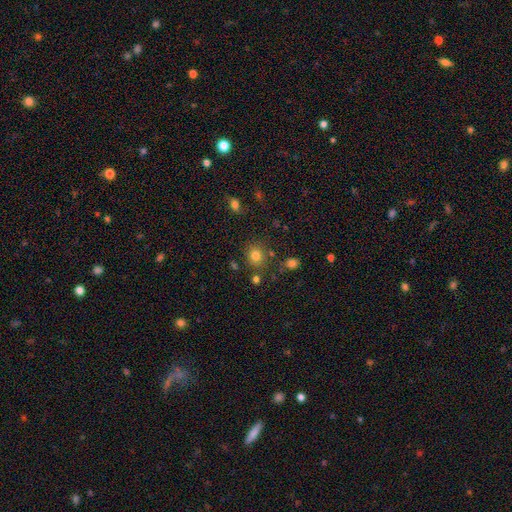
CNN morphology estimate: Q: Smooth or featured?
A: smooth (79%); runner-up: star or artifact (14%)
Q: How rounded?
A: round (77%); runner-up: in between (22%)
Q: Merging?
A: none (78%); runner-up: minor disturbance (11%)